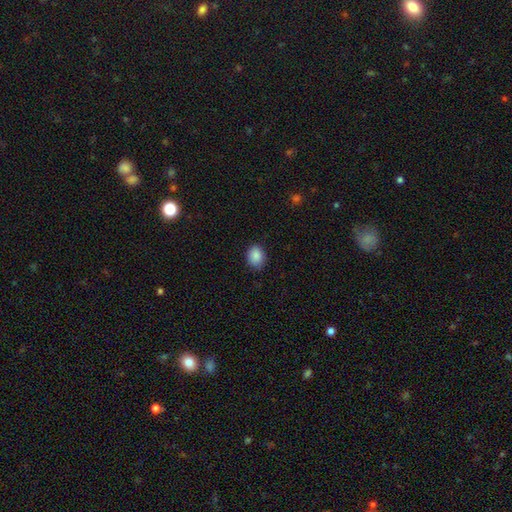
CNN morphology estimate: Smooth or featured? Predicted: smooth (p=0.88). How rounded? Predicted: in between (p=0.53). Merging? Predicted: none (p=0.84).